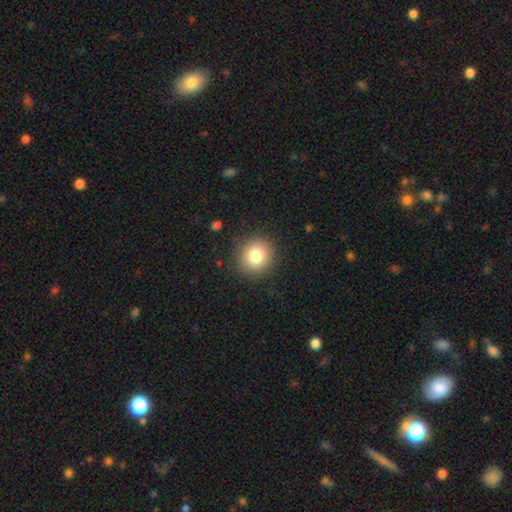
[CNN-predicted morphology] Smooth or featured?
  - smooth: 81% *
  - star or artifact: 11%
  - featured or disk: 9%
How rounded?
  - round: 91% *
  - in between: 8%
  - cigar-shaped: 1%
Merging?
  - none: 90% *
  - minor disturbance: 7%
  - major disturbance: 3%
  - merger: 1%